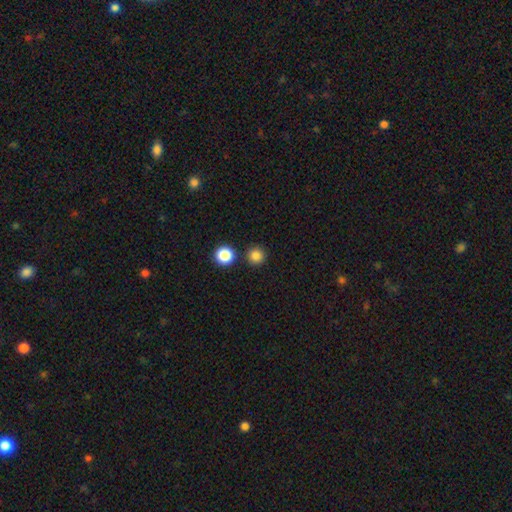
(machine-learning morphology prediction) Smooth or featured: smooth — 84% (star or artifact — 13%)
How rounded: round — 95% (in between — 4%)
Merging: none — 86% (merger — 6%)